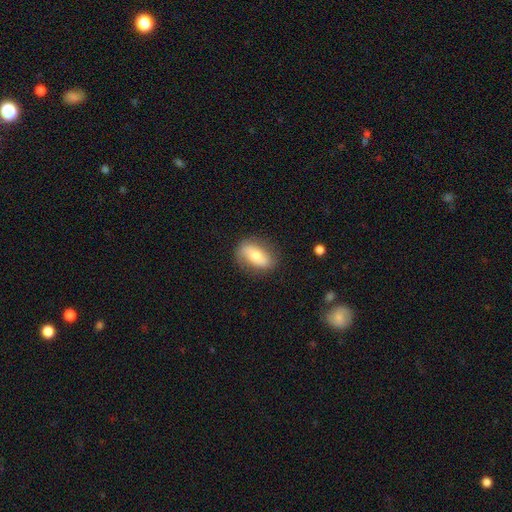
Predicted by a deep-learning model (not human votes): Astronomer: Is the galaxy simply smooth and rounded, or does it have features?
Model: smooth — 54% (runner-up: featured or disk, 38%).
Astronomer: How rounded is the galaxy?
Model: in between — 83%.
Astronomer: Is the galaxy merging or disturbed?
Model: none — 78%.